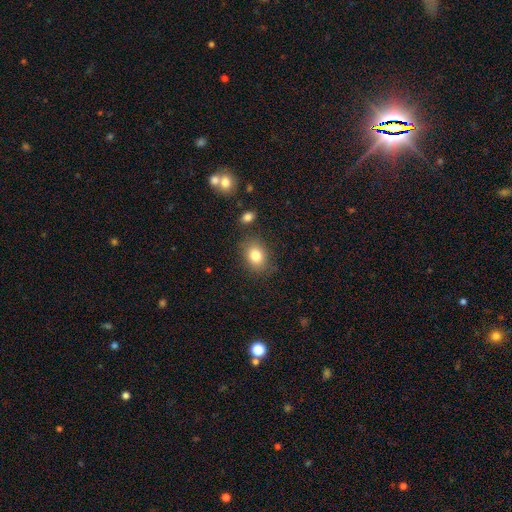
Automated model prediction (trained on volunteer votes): smooth_or_featured: smooth (p=0.81) [alt: star or artifact p=0.10]
how_rounded: in between (p=0.63) [alt: round p=0.36]
merging: none (p=0.81) [alt: minor disturbance p=0.12]